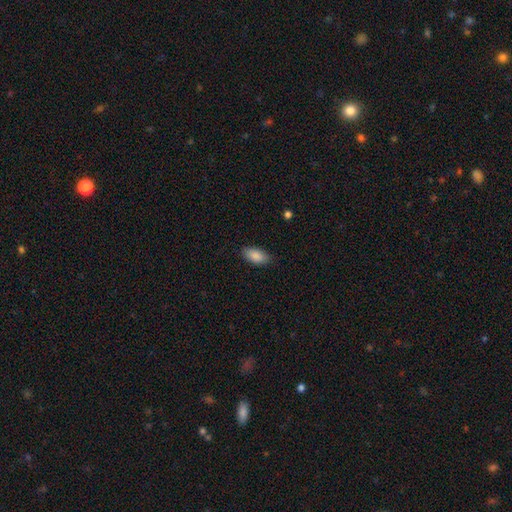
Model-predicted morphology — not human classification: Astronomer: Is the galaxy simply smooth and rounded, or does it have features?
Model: smooth — 88%.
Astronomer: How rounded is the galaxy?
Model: in between — 92%.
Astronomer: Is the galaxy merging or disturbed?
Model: none — 85%.